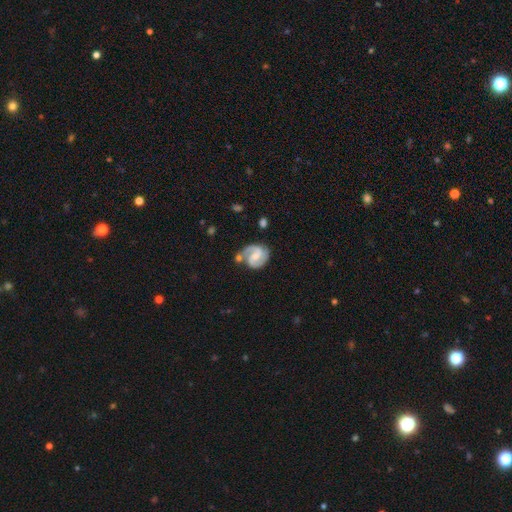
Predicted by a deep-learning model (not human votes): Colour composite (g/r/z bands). It shows a featured or disk galaxy (90%) with a weak bar (50%), 2 (92%) medium (54%) spiral arms (98%) and a small central bulge (50%). Merging: none (68%).